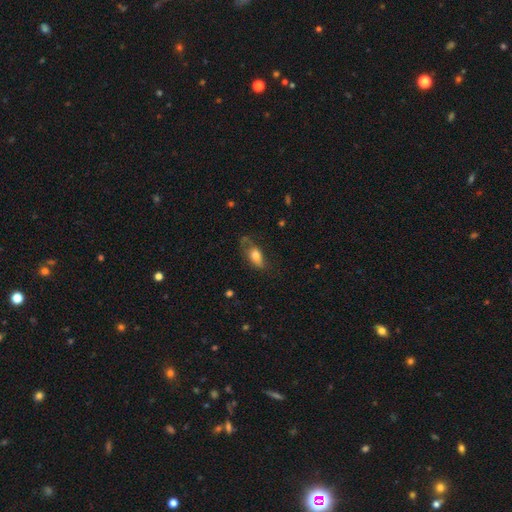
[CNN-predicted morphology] This appears to be a smooth galaxy with no disk features (69%) that is in between round and cigar-shaped (83%). Merging: none (45%).